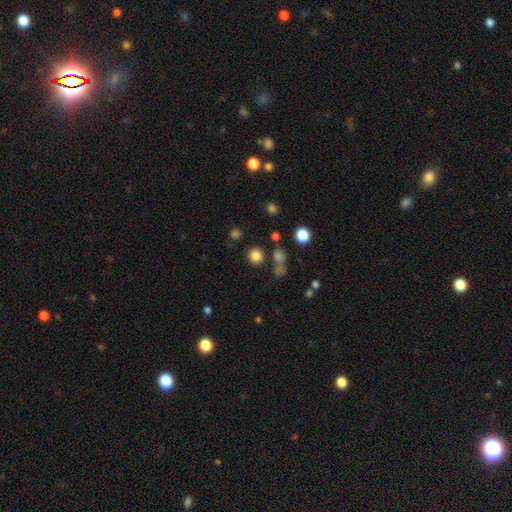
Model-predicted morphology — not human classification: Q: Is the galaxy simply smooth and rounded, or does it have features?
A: smooth — 81%.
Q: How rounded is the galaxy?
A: round — 89%.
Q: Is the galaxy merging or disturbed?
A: none — 80%.